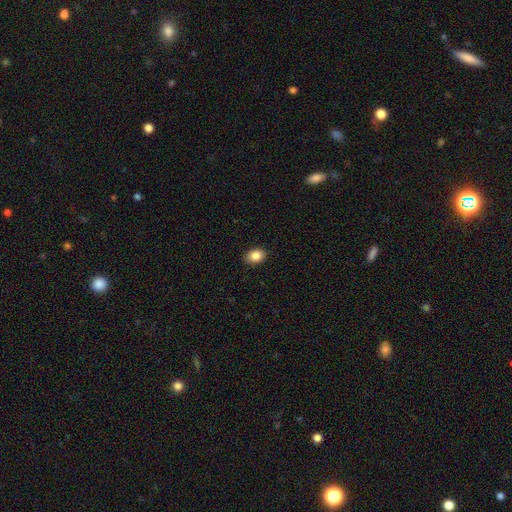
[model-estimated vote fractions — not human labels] Smooth or featured? smooth (86%)
How rounded? in between (64%)
Merging? none (89%)